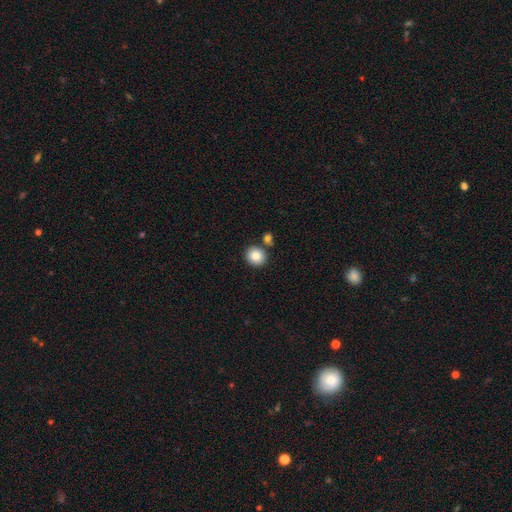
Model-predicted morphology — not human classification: A smooth galaxy with no disk features (85%) that is round (86%).

Vote fractions:
- Smooth or featured? smooth: 85% / star or artifact: 9% / featured or disk: 6%
- How rounded? round: 86% / in between: 13% / cigar-shaped: 1%
- Merging? none: 80% / merger: 10% / minor disturbance: 7% / major disturbance: 2%